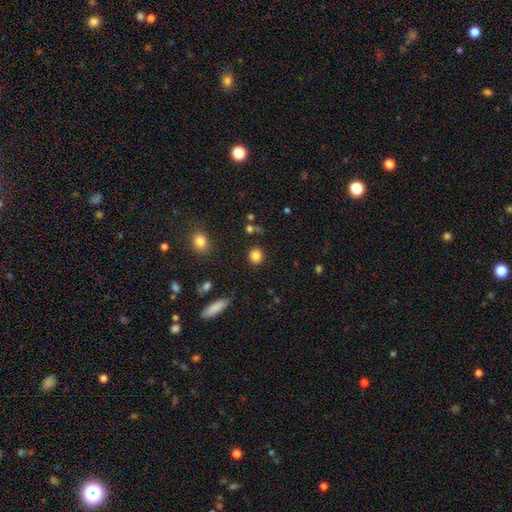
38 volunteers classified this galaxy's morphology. Smooth or featured: smooth — 82% (featured or disk — 11%)
How rounded: round — 90% (in between — 10%)
Merging: none — 80% (merger — 14%)